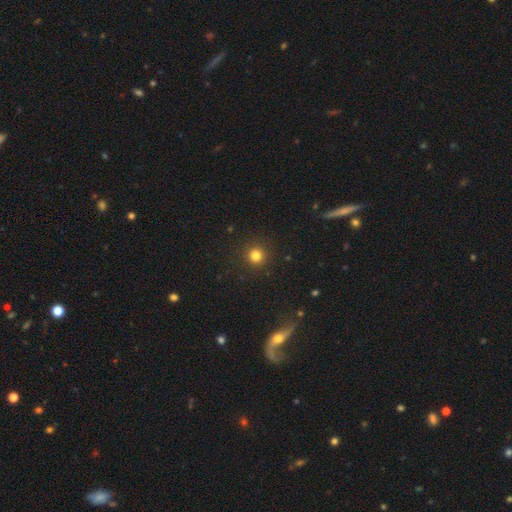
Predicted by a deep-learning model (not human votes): Q: Smooth or featured?
A: smooth (80%); runner-up: star or artifact (15%)
Q: How rounded?
A: round (94%); runner-up: in between (5%)
Q: Merging?
A: none (92%); runner-up: minor disturbance (5%)